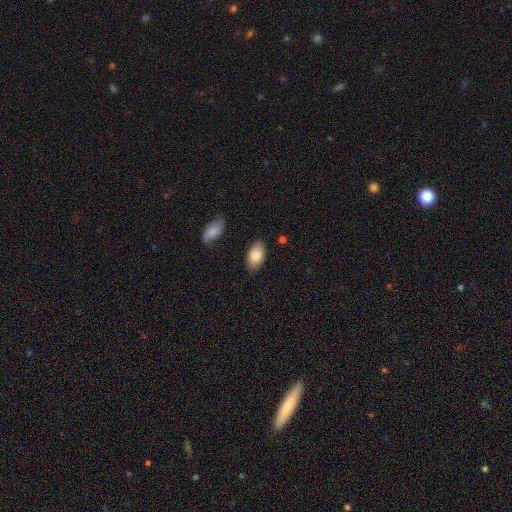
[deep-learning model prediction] smooth 83%, featured or disk 10%, star or artifact 6%. Down the decision tree: how rounded — in between (95%); merging — none (83%).